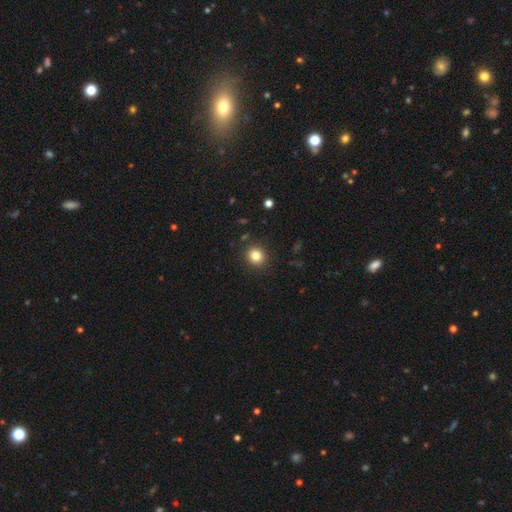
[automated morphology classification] This appears to be a smooth galaxy with no disk features (83%) that is round (87%). Merging: none (90%).